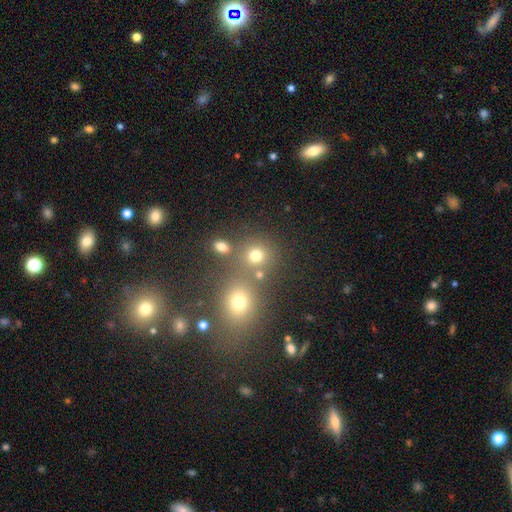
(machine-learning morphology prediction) Smooth or featured?
  - smooth: 74% *
  - star or artifact: 18%
  - featured or disk: 8%
How rounded?
  - round: 83% *
  - in between: 16%
  - cigar-shaped: 1%
Merging?
  - none: 65% *
  - merger: 23%
  - minor disturbance: 8%
  - major disturbance: 4%